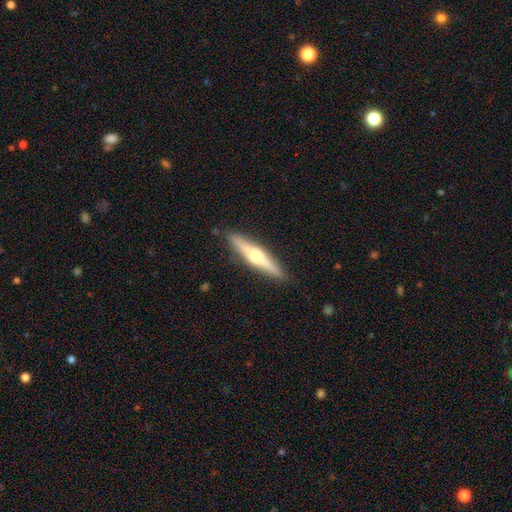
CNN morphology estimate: smooth-or-featured: featured or disk: 68% | smooth: 27% | star or artifact: 5%
  disk-edge-on: yes: 97% | no: 3%
    edge-on-bulge: rounded: 92% | boxy: 5% | none: 4%
  merging: none: 90% | minor disturbance: 8% | major disturbance: 1% | merger: 1%